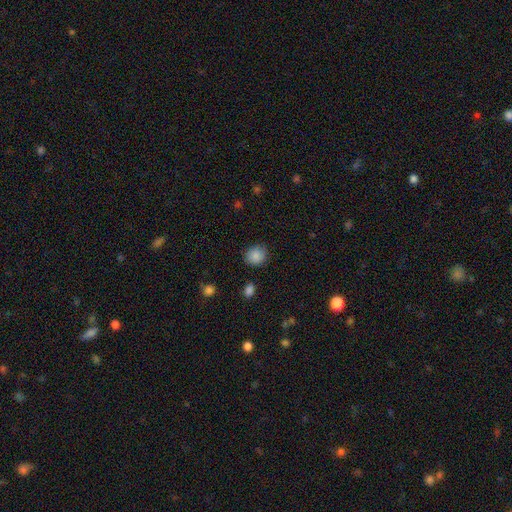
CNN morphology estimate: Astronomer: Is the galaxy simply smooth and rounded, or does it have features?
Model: smooth — 87%.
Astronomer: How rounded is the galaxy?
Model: round — 80%.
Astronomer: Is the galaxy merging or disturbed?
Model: none — 87%.